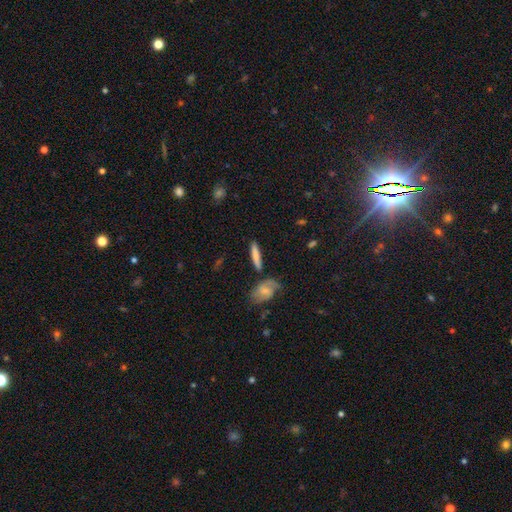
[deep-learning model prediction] A smooth galaxy with no disk features (63%) that is cigar-shaped (81%). Merging: none (74%).